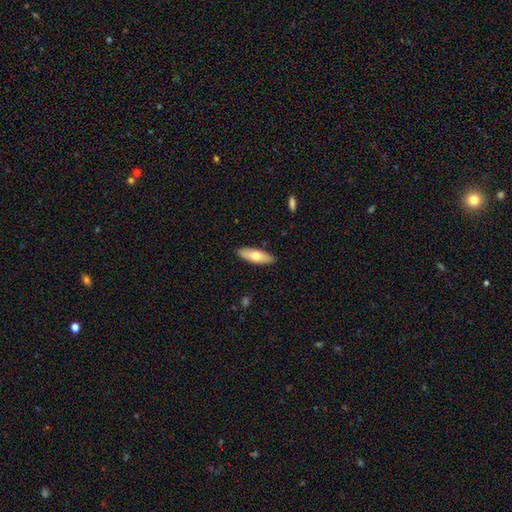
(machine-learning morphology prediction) Overall: smooth (65%; featured or disk 29%). How rounded: in between (62%; cigar-shaped 36%). Merging: none (89%).